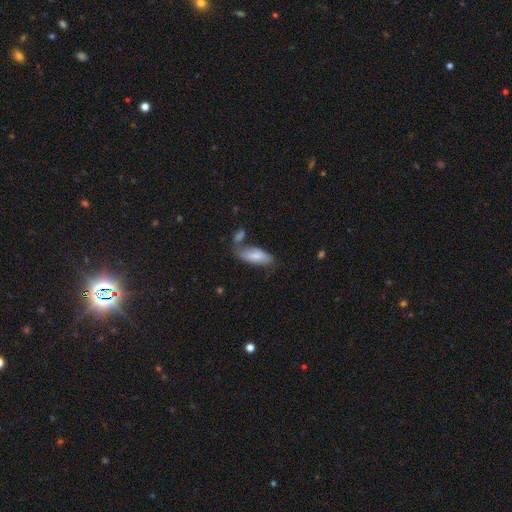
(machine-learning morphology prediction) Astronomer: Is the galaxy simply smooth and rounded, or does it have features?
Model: smooth — 73%.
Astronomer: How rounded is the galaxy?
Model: in between — 78%.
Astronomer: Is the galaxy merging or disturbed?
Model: none — 51%.